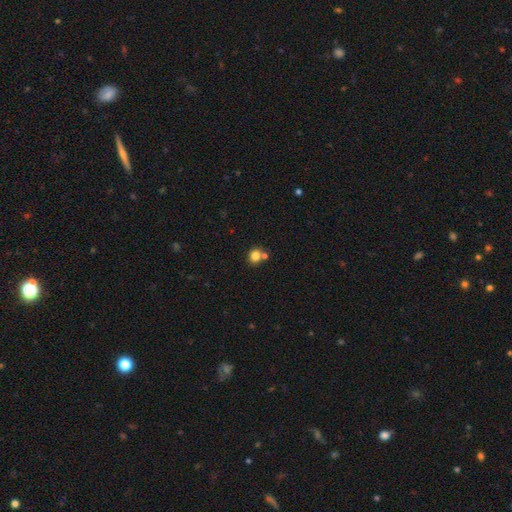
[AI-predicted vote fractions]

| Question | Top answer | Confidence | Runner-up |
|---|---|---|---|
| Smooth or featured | smooth | 81% | star or artifact (12%) |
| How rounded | round | 75% | in between (24%) |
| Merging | none | 62% | merger (26%) |